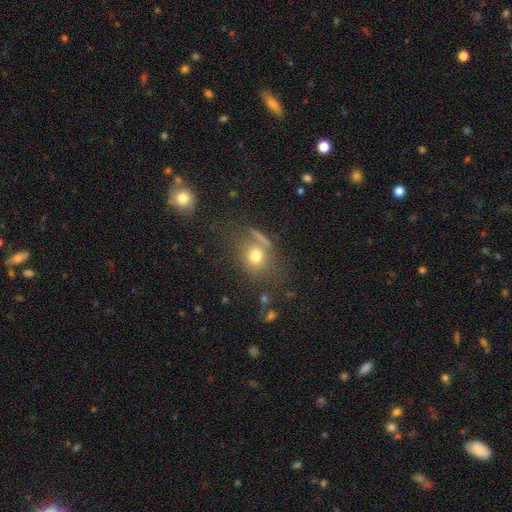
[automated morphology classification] A smooth galaxy with no disk features (70%) that is round (65%). Merging: none (61%).